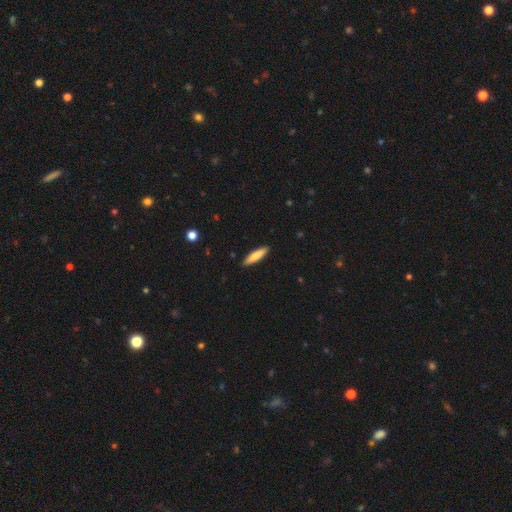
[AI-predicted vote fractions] smooth_or_featured: smooth (p=0.78) [alt: featured or disk p=0.16]
how_rounded: cigar-shaped (p=0.77) [alt: in between p=0.21]
merging: none (p=0.90) [alt: minor disturbance p=0.08]